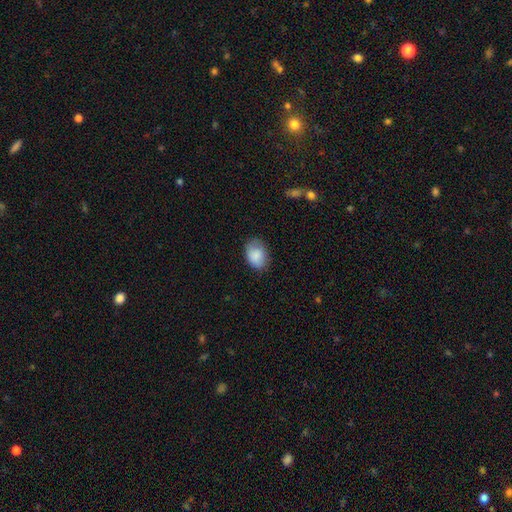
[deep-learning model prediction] smooth_or_featured: smooth (p=0.86) [alt: star or artifact p=0.07]
how_rounded: in between (p=0.79) [alt: round p=0.20]
merging: none (p=0.72) [alt: minor disturbance p=0.22]